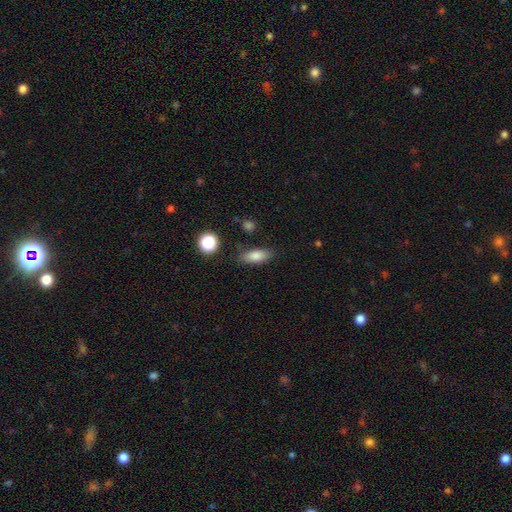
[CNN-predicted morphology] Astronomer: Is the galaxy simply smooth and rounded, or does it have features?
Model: smooth — 81%.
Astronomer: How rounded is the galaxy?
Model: in between — 73%.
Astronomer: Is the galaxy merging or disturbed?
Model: none — 82%.